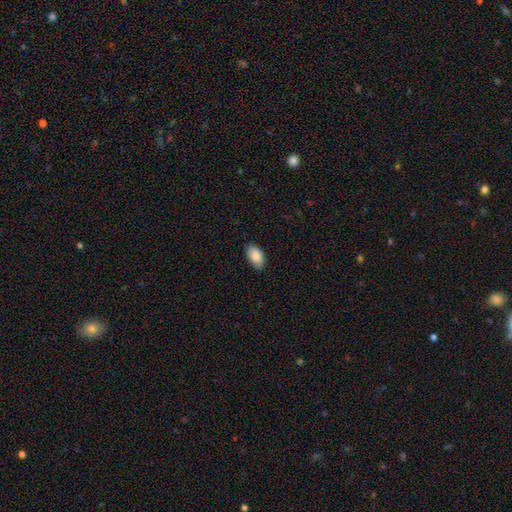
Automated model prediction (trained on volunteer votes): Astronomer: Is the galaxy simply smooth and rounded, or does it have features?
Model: smooth — 88%.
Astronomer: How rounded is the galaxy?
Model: in between — 93%.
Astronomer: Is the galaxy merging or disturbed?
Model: none — 81%.